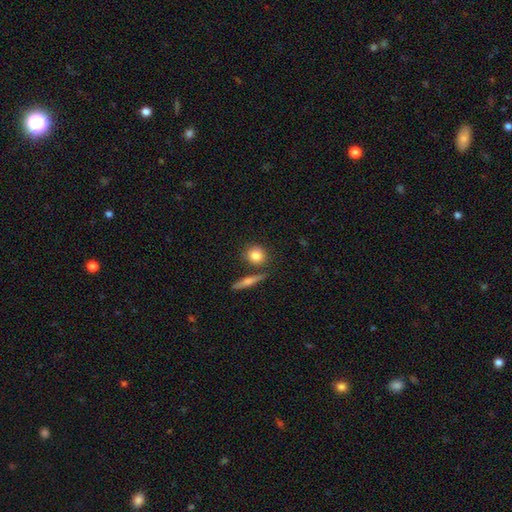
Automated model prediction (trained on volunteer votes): The model was most divided on "how rounded": round: 77%, in between: 19%, cigar-shaped: 4%. More confident: smooth or featured — smooth (81%); merging — none (74%).